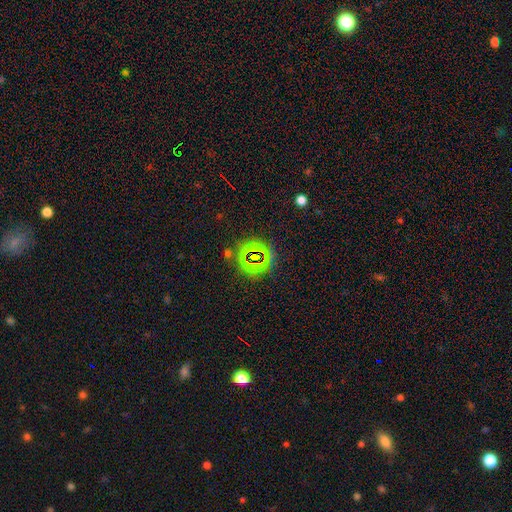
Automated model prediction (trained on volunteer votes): This appears to be a star or artifact, not a galaxy (70%).